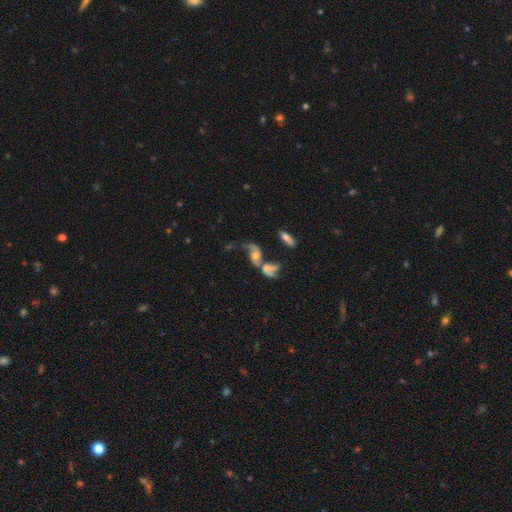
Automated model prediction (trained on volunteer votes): featured or disk 69%, smooth 21%, star or artifact 10%. Down the decision tree: edge-on disk — no (95%); bar — no (66%); spiral arms — yes (83%); spiral arm count — 2 (68%); spiral winding — loose (75%); bulge size — moderate (53%); merging — merger (58%).